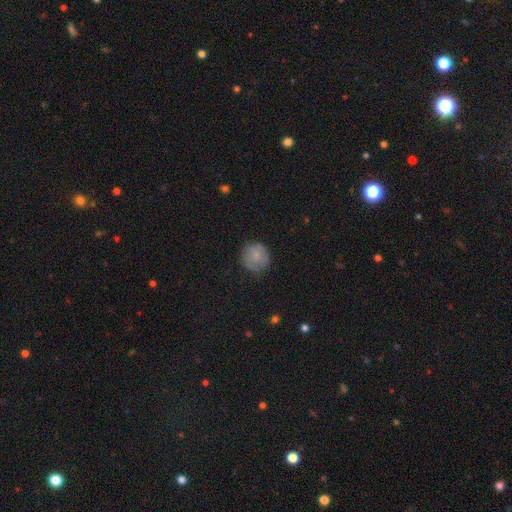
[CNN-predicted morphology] Smooth or featured? Predicted: smooth (p=0.77). How rounded? Predicted: round (p=0.90). Merging? Predicted: none (p=0.74).